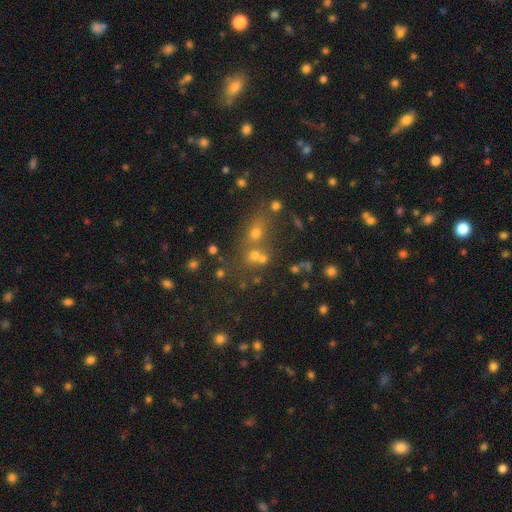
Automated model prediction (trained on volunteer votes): Smooth or featured: smooth — 53% (star or artifact — 32%)
How rounded: round — 71% (in between — 26%)
Merging: none — 49% (merger — 37%)